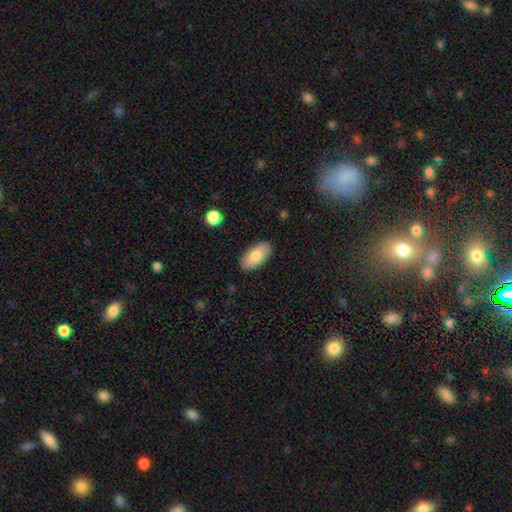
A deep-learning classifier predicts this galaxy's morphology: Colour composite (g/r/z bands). It shows a smooth galaxy with no disk features (82%) that is in between round and cigar-shaped (95%). Merging: none (87%).